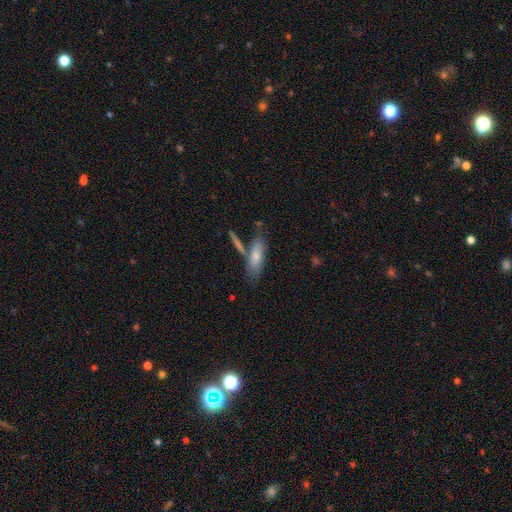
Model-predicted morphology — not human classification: type=smooth (71%); roundness=in between (57%); merging=none (59%).